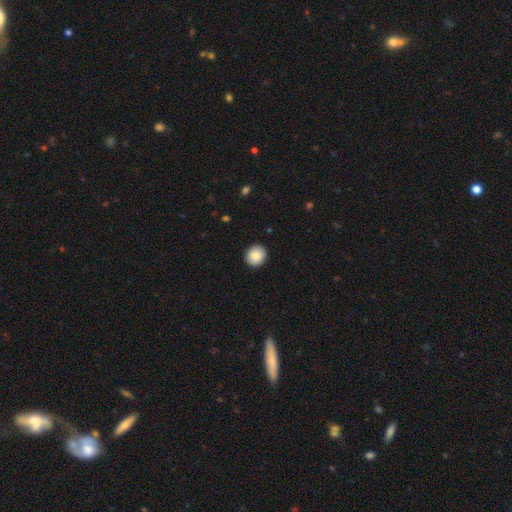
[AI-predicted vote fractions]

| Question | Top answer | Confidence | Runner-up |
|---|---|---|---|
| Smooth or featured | smooth | 86% | star or artifact (7%) |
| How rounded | round | 86% | in between (13%) |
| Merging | none | 92% | minor disturbance (5%) |